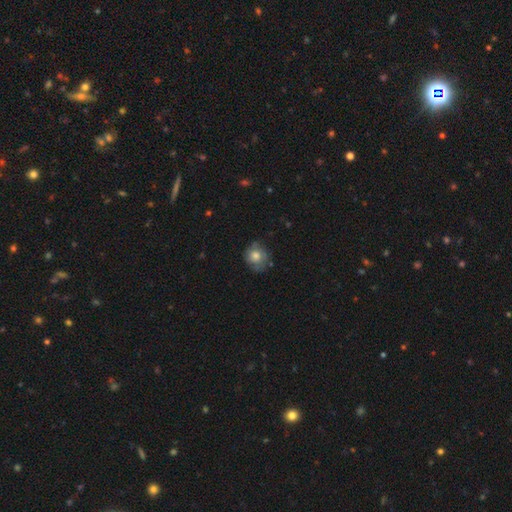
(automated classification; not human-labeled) Q: Smooth or featured?
A: smooth (72%); runner-up: featured or disk (20%)
Q: How rounded?
A: round (81%); runner-up: in between (18%)
Q: Merging?
A: none (66%); runner-up: minor disturbance (25%)